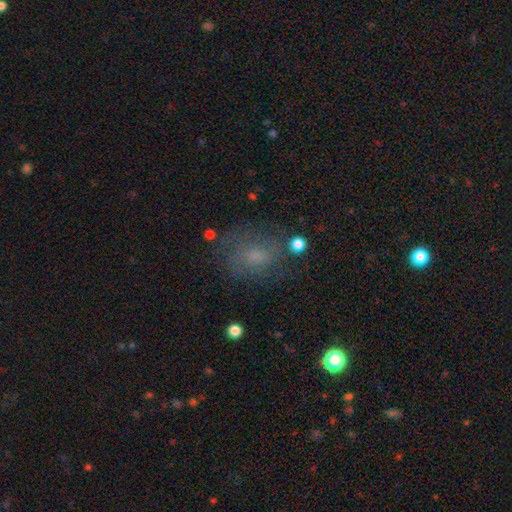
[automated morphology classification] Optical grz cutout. It shows a smooth galaxy with no disk features (47%). Merging: none (65%).